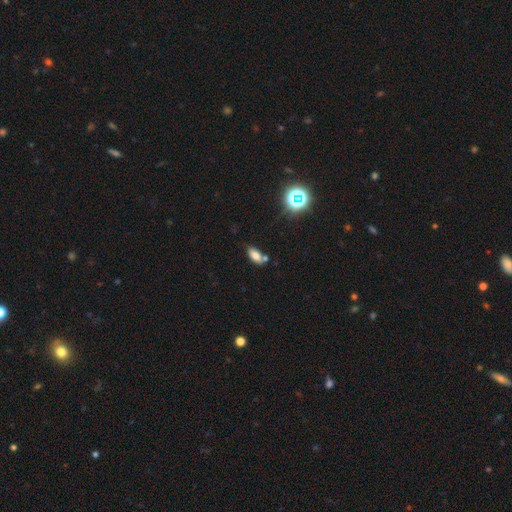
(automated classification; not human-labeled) smooth_or_featured: smooth (p=0.74) [alt: star or artifact p=0.15]
how_rounded: in between (p=0.89) [alt: cigar-shaped p=0.07]
merging: none (p=0.58) [alt: merger p=0.21]